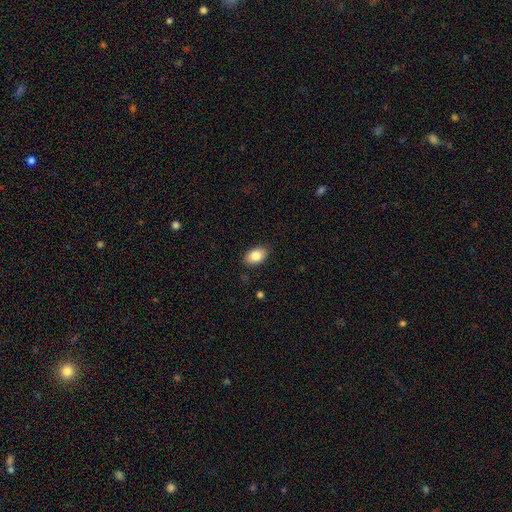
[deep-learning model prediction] Q: Smooth or featured?
A: smooth (83%); runner-up: featured or disk (10%)
Q: How rounded?
A: in between (90%); runner-up: round (8%)
Q: Merging?
A: none (87%); runner-up: minor disturbance (10%)